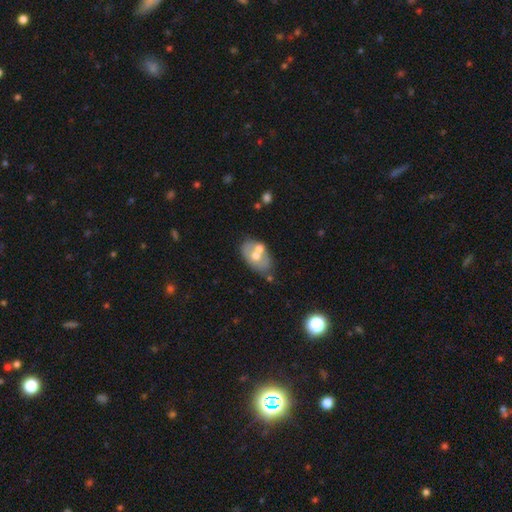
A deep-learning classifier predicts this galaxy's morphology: This appears to be a smooth galaxy with no disk features (51%) that is in between round and cigar-shaped (88%). Merging: none (51%).